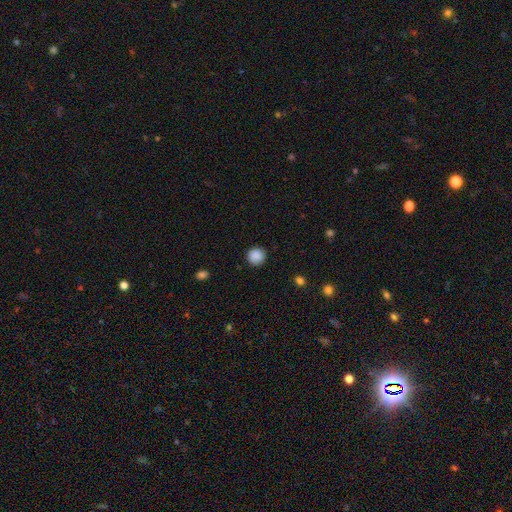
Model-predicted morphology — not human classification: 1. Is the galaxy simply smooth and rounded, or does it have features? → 88% smooth, 9% star or artifact, 3% featured or disk.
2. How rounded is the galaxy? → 93% round, 6% in between, 1% cigar-shaped.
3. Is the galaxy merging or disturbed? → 89% none, 8% minor disturbance, 2% major disturbance, 1% merger.